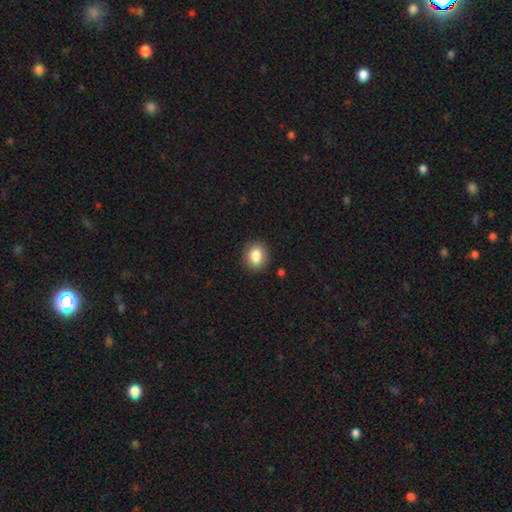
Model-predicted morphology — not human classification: Q: Smooth or featured?
A: smooth (85%); runner-up: star or artifact (9%)
Q: How rounded?
A: round (71%); runner-up: in between (28%)
Q: Merging?
A: none (89%); runner-up: minor disturbance (8%)